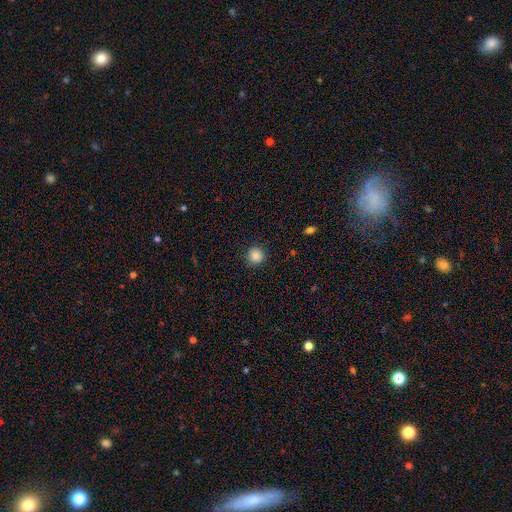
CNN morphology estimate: Smooth or featured?
  - smooth: 84% *
  - star or artifact: 11%
  - featured or disk: 5%
How rounded?
  - round: 94% *
  - in between: 5%
  - cigar-shaped: 1%
Merging?
  - none: 90% *
  - minor disturbance: 7%
  - major disturbance: 2%
  - merger: 1%